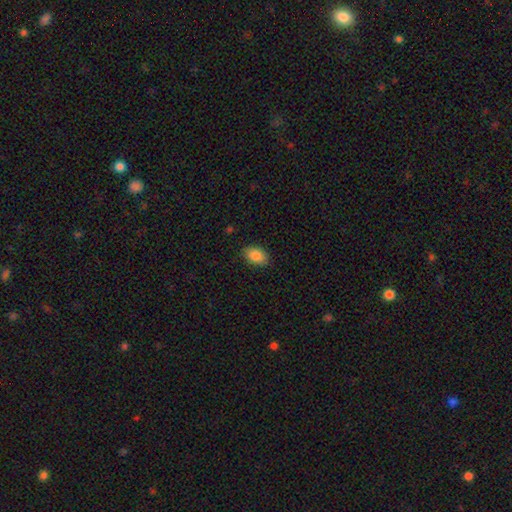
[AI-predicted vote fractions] This is clearly a smooth galaxy (87%). How rounded: clearly in between (88%). Merging: clearly none (86%).